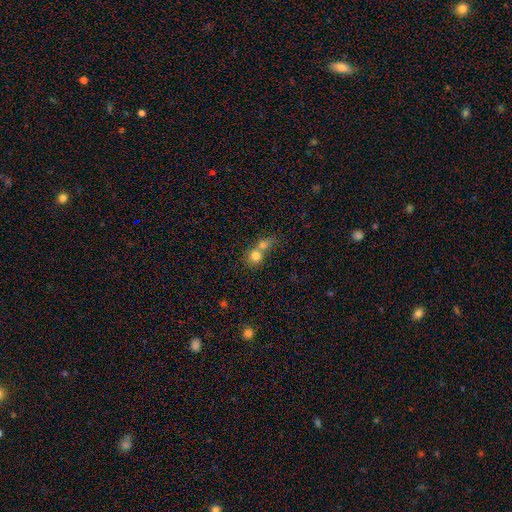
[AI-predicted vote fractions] smooth 76%, featured or disk 13%, star or artifact 11%. Down the decision tree: how rounded — round (80%); merging — merger (67%).